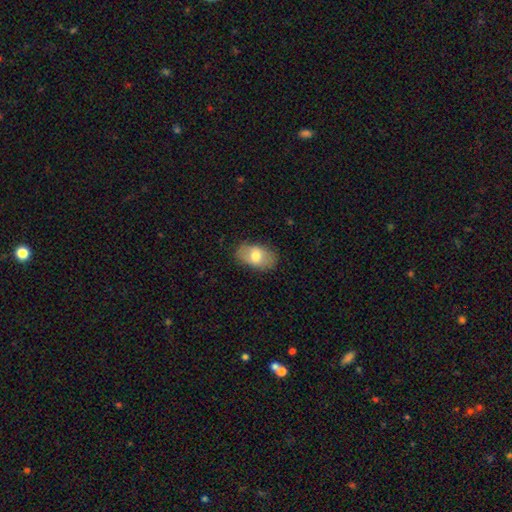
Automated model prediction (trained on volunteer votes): This appears to be a smooth galaxy with no disk features (70%) that is in between round and cigar-shaped (91%). Merging: none (81%).